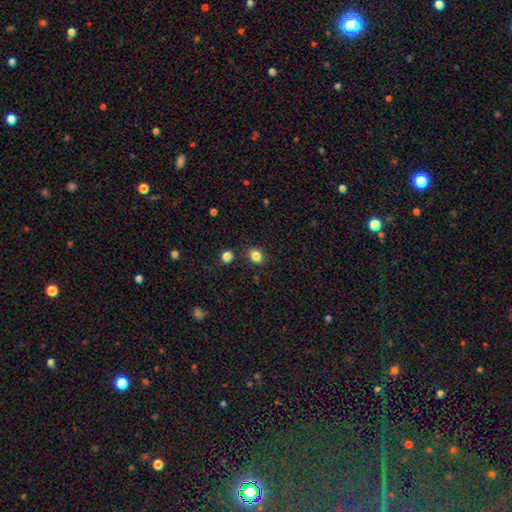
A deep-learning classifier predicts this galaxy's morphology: A smooth galaxy with no disk features (84%) that is in between round and cigar-shaped (53%). Merging: none (83%).